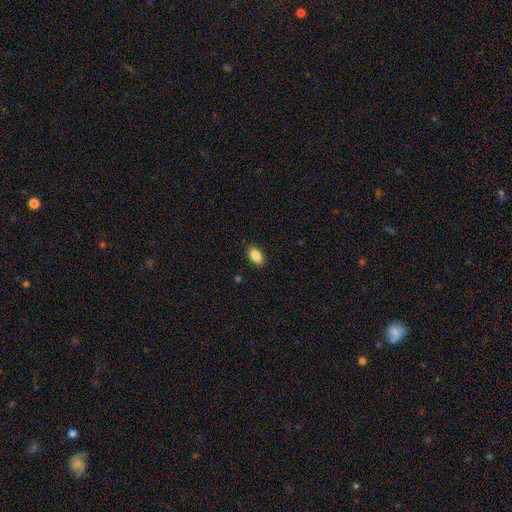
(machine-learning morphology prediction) Overall: smooth (88%). How rounded: in between (93%). Merging: none (89%).